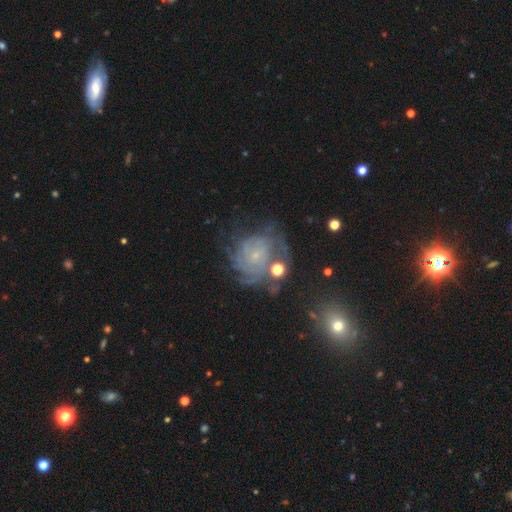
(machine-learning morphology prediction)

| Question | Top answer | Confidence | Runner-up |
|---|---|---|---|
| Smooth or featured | featured or disk | 78% | smooth (11%) |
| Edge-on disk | no | 97% | yes (3%) |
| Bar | no | 70% | weak (24%) |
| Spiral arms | yes | 93% | no (7%) |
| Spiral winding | tight | 69% | medium (24%) |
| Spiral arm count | can't tell | 41% | 4 (17%) |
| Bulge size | small | 79% | moderate (13%) |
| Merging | none | 56% | minor disturbance (20%) |